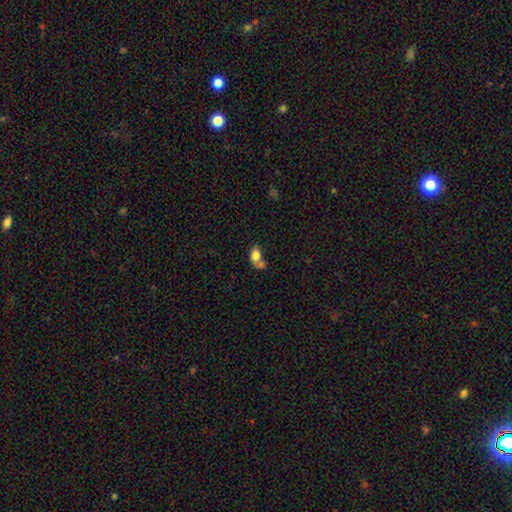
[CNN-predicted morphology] Q: Smooth or featured?
A: smooth (77%); runner-up: featured or disk (14%)
Q: How rounded?
A: in between (79%); runner-up: round (19%)
Q: Merging?
A: merger (46%); runner-up: none (28%)